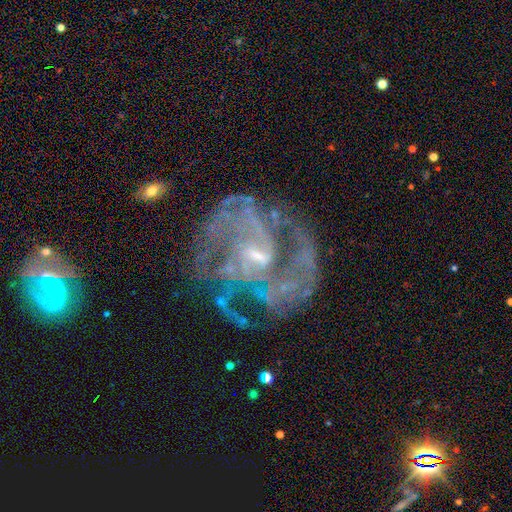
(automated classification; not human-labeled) A featured or disk galaxy (88%) with a weak bar (55%), 2 (43%) medium (49%) spiral arms (91%) and a small central bulge (61%).

Vote fractions:
- Smooth or featured? featured or disk: 88% / star or artifact: 7% / smooth: 5%
- Edge-on disk? no: 98% / yes: 2%
- Bar? weak: 55% / no: 27% / strong: 18%
- Spiral arms? yes: 91% / no: 9%
- Spiral winding? medium: 49% / tight: 27% / loose: 24%
- Spiral arm count? 2: 43% / can't tell: 23% / 3: 15% / 4: 7% / 1: 7% / more than 4: 6%
- Bulge size? small: 61% / moderate: 24% / none: 12% / large: 2% / dominant: 1%
- Merging? none: 51% / major disturbance: 26% / minor disturbance: 18% / merger: 5%